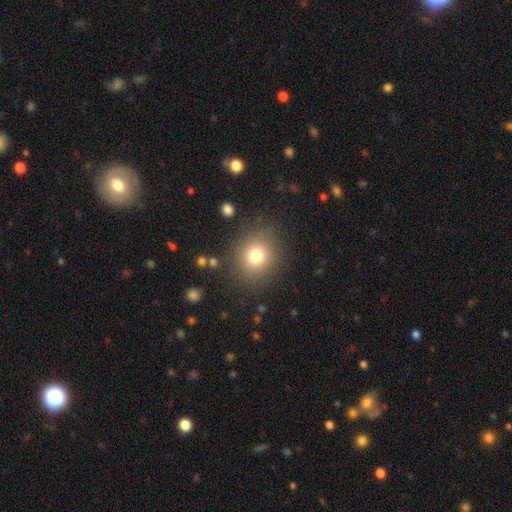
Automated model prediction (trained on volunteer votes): Smooth or featured: smooth — 77% (star or artifact — 14%)
How rounded: round — 79% (in between — 20%)
Merging: none — 85% (minor disturbance — 9%)